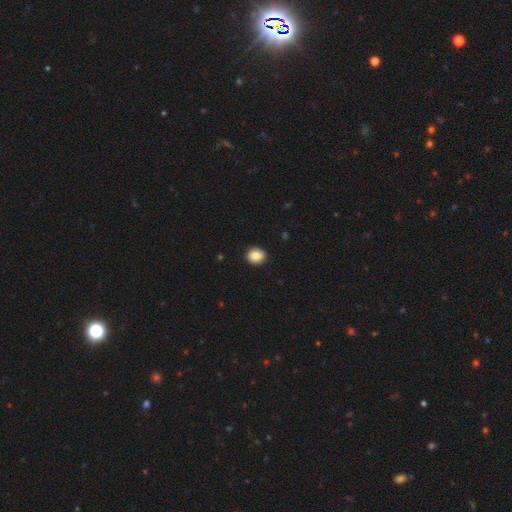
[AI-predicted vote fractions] Smooth or featured: smooth — 84% (star or artifact — 8%)
How rounded: round — 76% (in between — 23%)
Merging: none — 90% (minor disturbance — 7%)